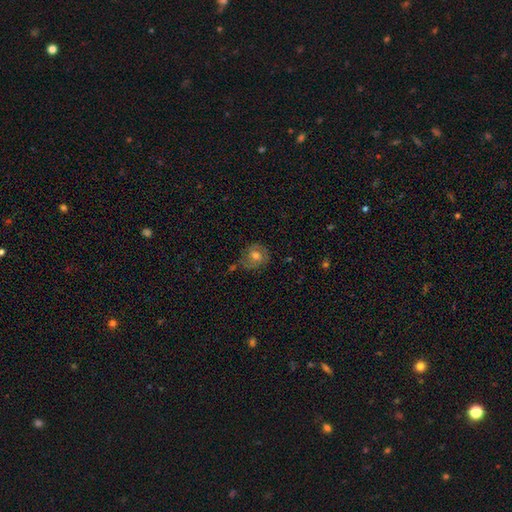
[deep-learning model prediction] This appears to be a smooth galaxy with no disk features (51%) that is round (77%). Merging: none (65%).